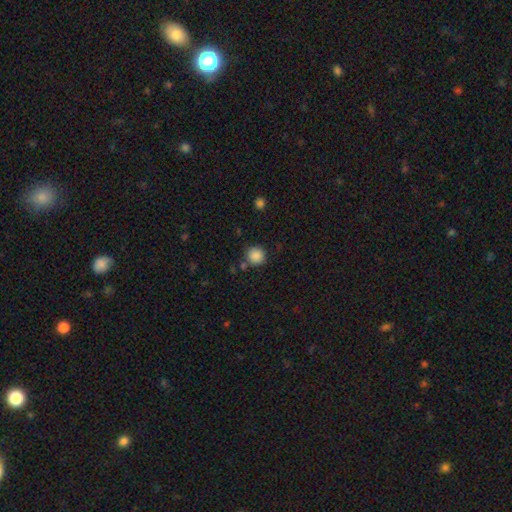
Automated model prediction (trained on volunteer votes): smooth-or-featured: smooth: 87% | star or artifact: 10% | featured or disk: 3%
  how-rounded: round: 93% | in between: 6% | cigar-shaped: 1%
  merging: none: 82% | minor disturbance: 10% | merger: 6% | major disturbance: 3%